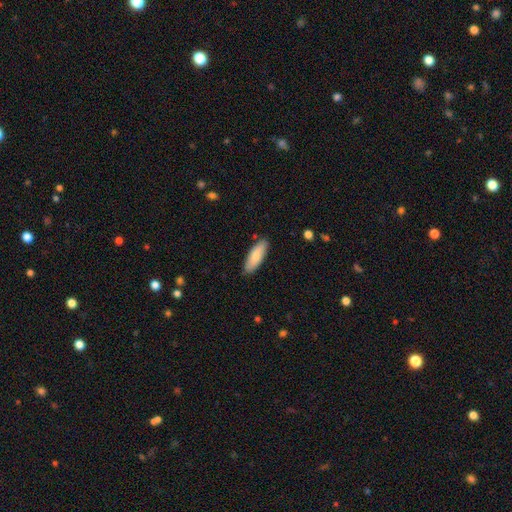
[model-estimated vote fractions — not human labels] smooth-or-featured: smooth: 81% | featured or disk: 13% | star or artifact: 5%
  how-rounded: in between: 61% | cigar-shaped: 37% | round: 1%
  merging: none: 86% | minor disturbance: 11% | major disturbance: 2% | merger: 1%